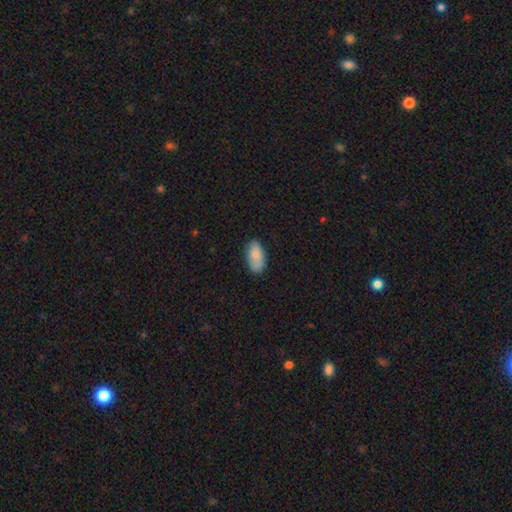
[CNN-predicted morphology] Smooth or featured? smooth (84%)
How rounded? in between (92%)
Merging? none (75%)